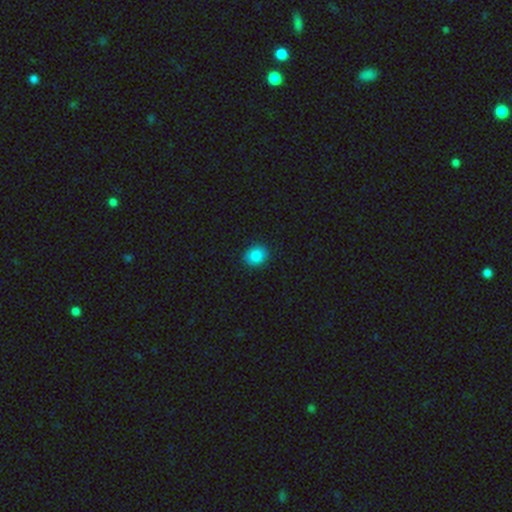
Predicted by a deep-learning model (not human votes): A smooth galaxy with no disk features (85%) that is round (72%).

Vote fractions:
- Smooth or featured? smooth: 85% / star or artifact: 10% / featured or disk: 5%
- How rounded? round: 72% / in between: 27% / cigar-shaped: 1%
- Merging? none: 91% / minor disturbance: 7% / major disturbance: 2% / merger: 1%